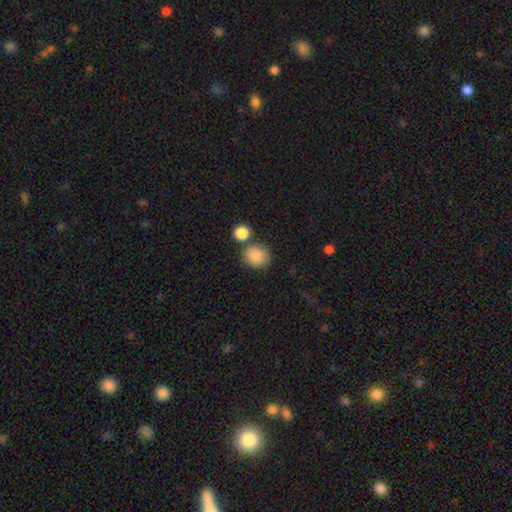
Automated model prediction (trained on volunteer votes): Overall: smooth (86%). How rounded: round (86%). Merging: none (70%).